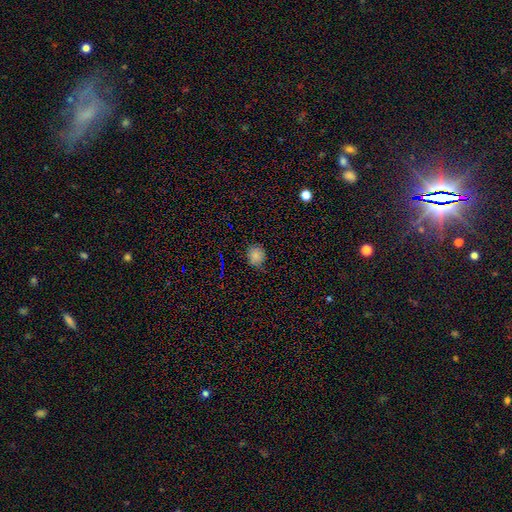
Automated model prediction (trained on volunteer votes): This is likely a smooth galaxy (76%). How rounded: likely round (70%). Merging: likely none (68%).